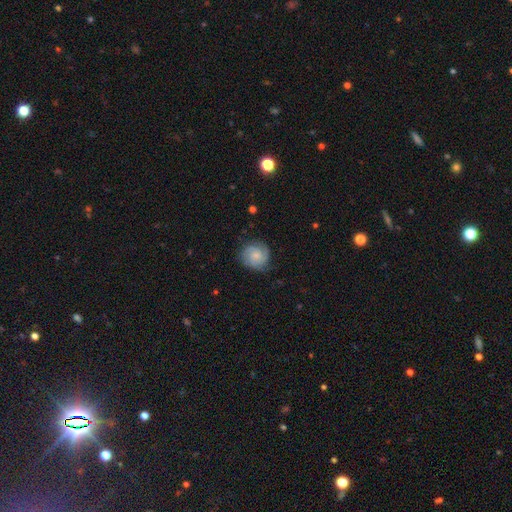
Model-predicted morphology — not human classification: type=featured or disk (59%); edge-on=no (98%); bar=no (72%); spiral arms=yes (93%); winding=tight (60%); arm count=2 (41%); bulge=small (46%); merging=none (78%).